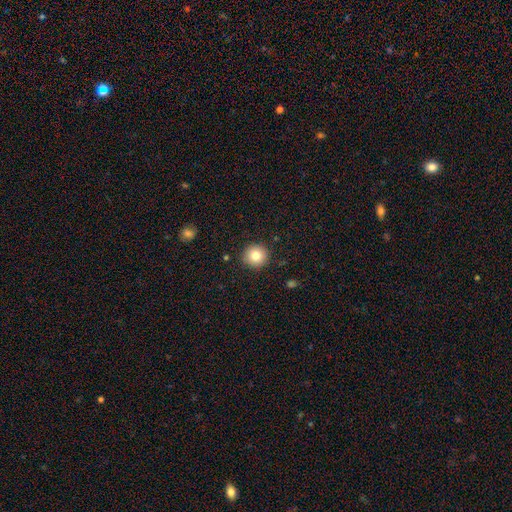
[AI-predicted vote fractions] This is clearly a smooth galaxy (81%). How rounded: clearly round (94%). Merging: clearly none (91%).